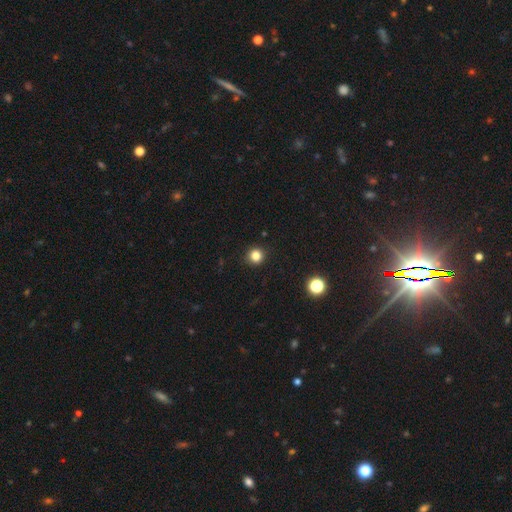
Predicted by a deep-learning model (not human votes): Overall: smooth (83%). How rounded: round (94%). Merging: none (92%).